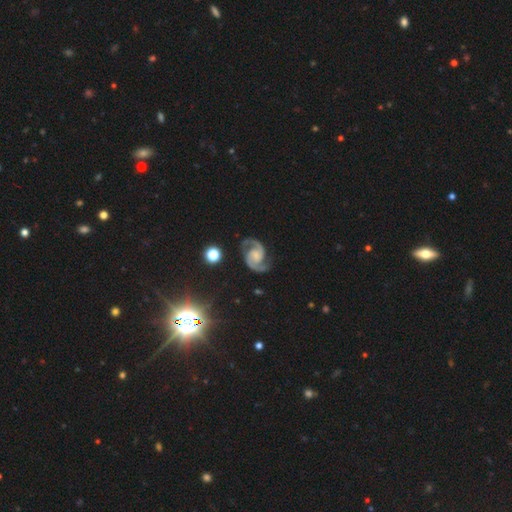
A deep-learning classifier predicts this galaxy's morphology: The model was most divided on "bulge size": none: 38%, small: 27%, moderate: 23%, large: 9%, dominant: 2%. More confident: spiral arms — yes (99%); edge-on disk — no (98%); spiral arm count — 2 (94%); smooth or featured — featured or disk (92%); merging — none (79%); spiral winding — medium (62%); bar — no (55%).